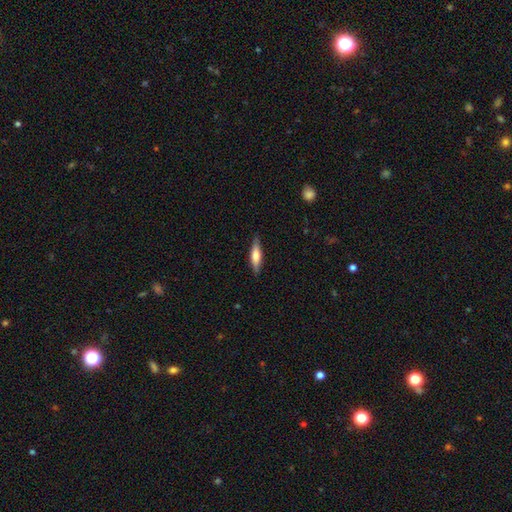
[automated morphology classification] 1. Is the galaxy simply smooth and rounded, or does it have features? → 61% smooth, 33% featured or disk, 6% star or artifact.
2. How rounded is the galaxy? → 70% cigar-shaped, 29% in between, 2% round.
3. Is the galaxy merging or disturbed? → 86% none, 11% minor disturbance, 2% major disturbance, 1% merger.